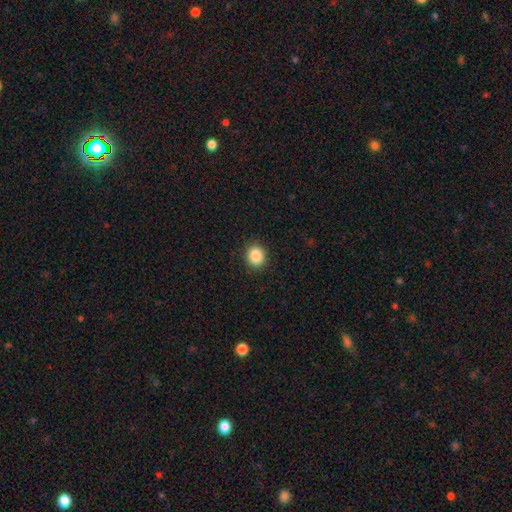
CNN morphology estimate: smooth 87%, star or artifact 9%, featured or disk 4%. Down the decision tree: how rounded — round (76%); merging — none (91%).